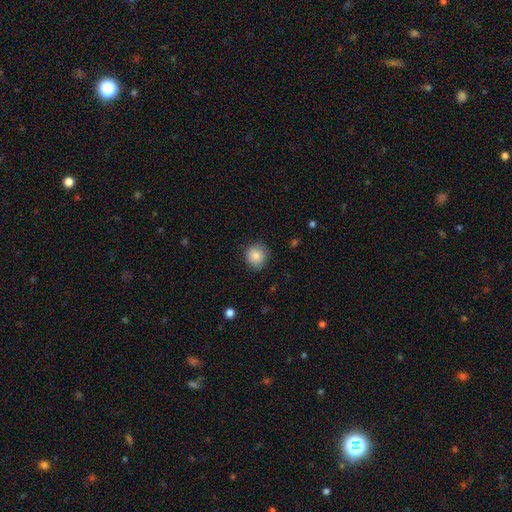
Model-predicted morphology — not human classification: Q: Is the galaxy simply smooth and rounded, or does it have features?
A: smooth — 87%.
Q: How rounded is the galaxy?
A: round — 87%.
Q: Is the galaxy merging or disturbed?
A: none — 84%.